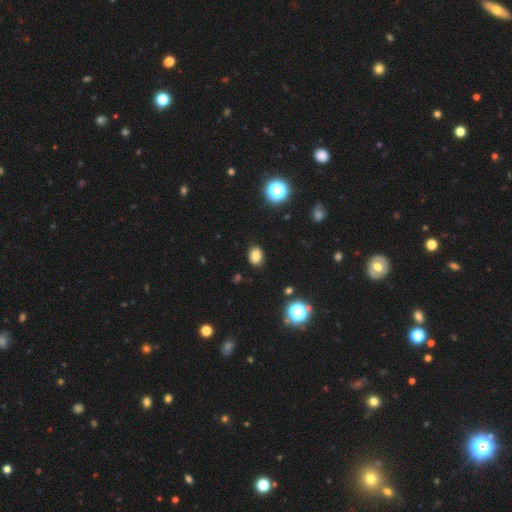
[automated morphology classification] type=smooth (80%); roundness=in between (65%); merging=none (88%).